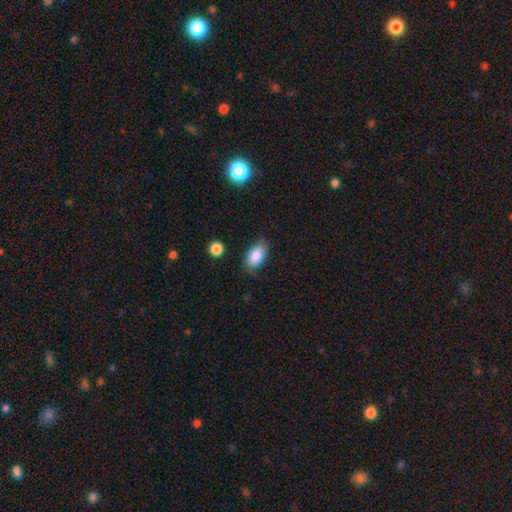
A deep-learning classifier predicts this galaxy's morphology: A smooth galaxy with no disk features (87%) that is in between round and cigar-shaped (92%). Merging: none (79%).